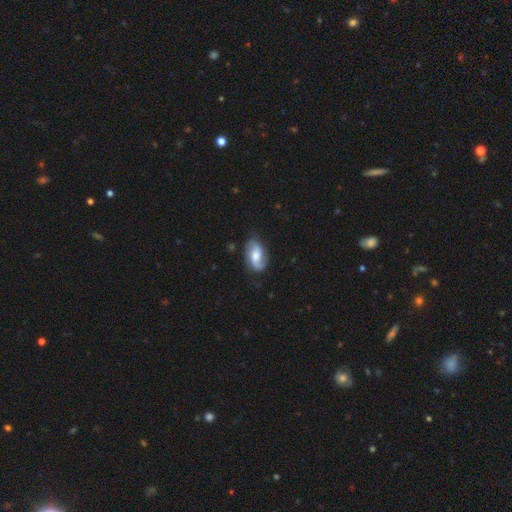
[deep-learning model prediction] Morphology: type=featured or disk (69%); edge-on=no (96%); bar=no (48%); spiral arms=yes (94%); winding=loose (47%); arm count=2 (86%); bulge=moderate (49%); merging=none (75%).